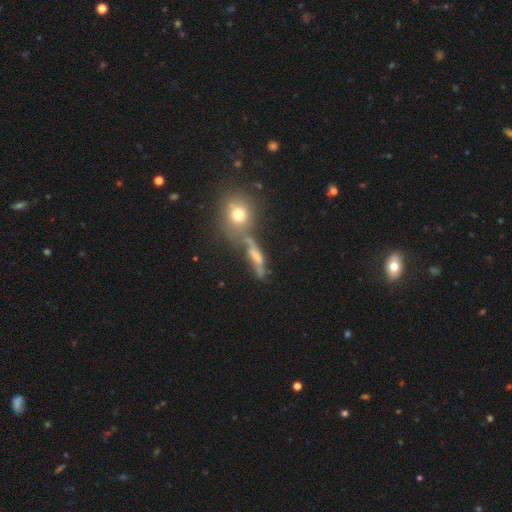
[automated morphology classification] Smooth or featured? smooth (45%)
Merging? none (42%)